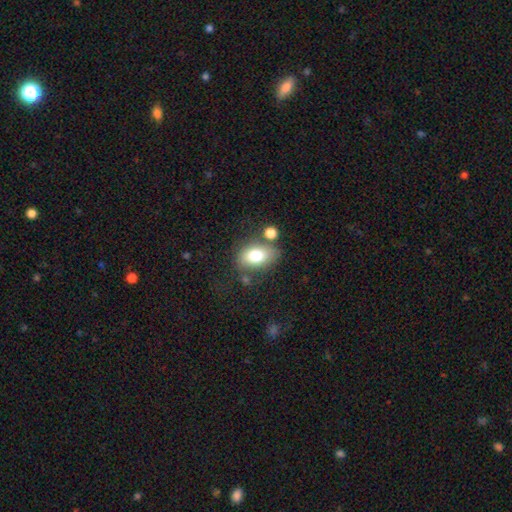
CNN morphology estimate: smooth 75%, featured or disk 16%, star or artifact 9%. Down the decision tree: how rounded — in between (80%); merging — none (65%).